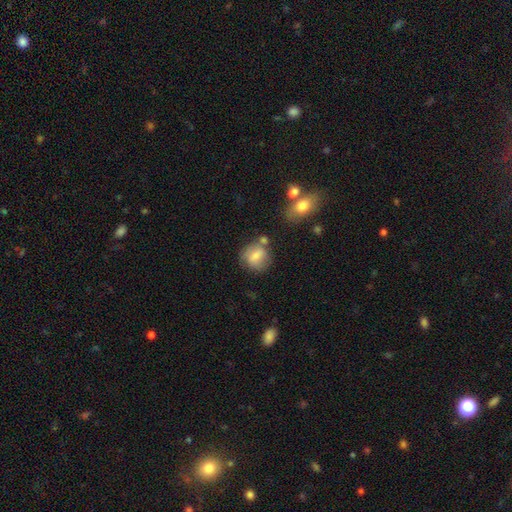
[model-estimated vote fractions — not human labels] Smooth or featured? Predicted: smooth (p=0.70). How rounded? Predicted: round (p=0.75). Merging? Predicted: none (p=0.57).